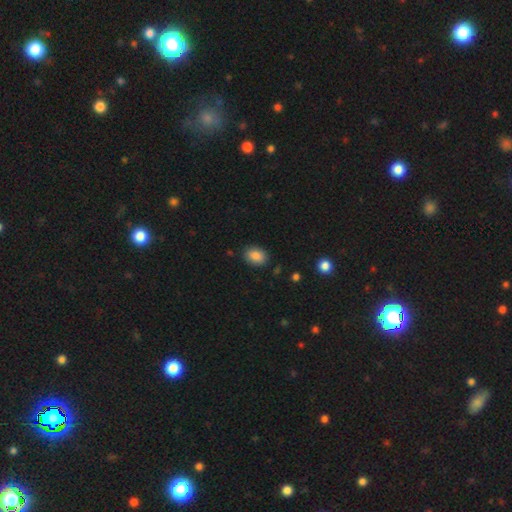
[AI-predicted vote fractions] Overall: smooth (86%). How rounded: in between (75%). Merging: none (87%).